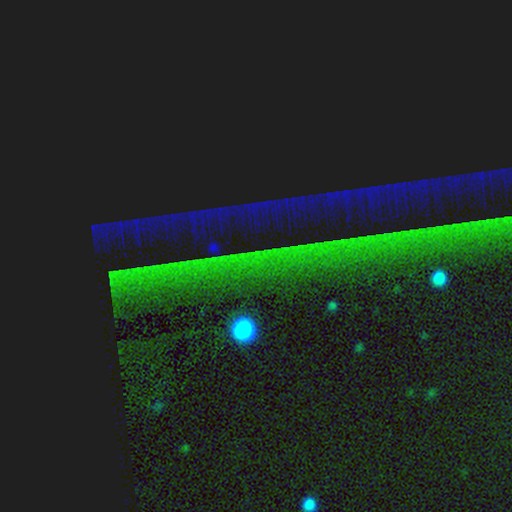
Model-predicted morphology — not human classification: A star or artifact, not a galaxy (88%).